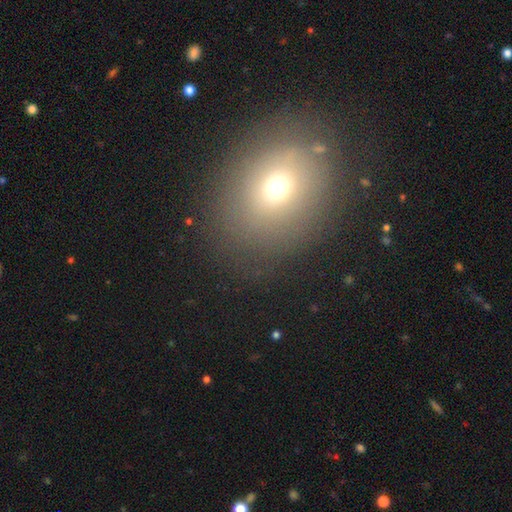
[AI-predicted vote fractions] Q: Smooth or featured?
A: smooth (65%); runner-up: star or artifact (21%)
Q: How rounded?
A: round (56%); runner-up: in between (43%)
Q: Merging?
A: none (83%); runner-up: minor disturbance (10%)